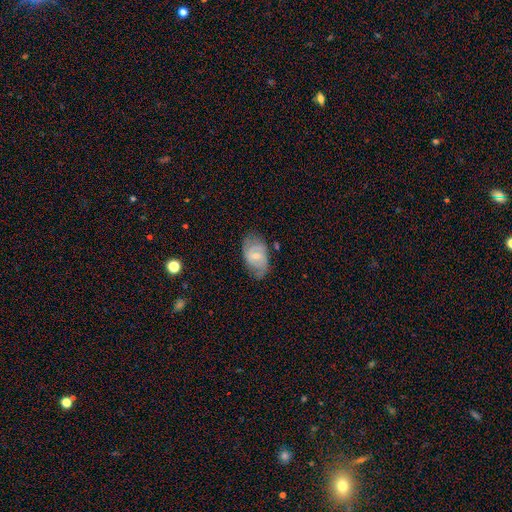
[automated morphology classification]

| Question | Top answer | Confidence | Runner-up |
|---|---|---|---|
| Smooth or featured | featured or disk | 58% | smooth (36%) |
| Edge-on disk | no | 95% | yes (5%) |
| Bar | weak | 57% | no (29%) |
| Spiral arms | yes | 79% | no (21%) |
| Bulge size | small | 56% | moderate (38%) |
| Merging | none | 63% | minor disturbance (26%) |